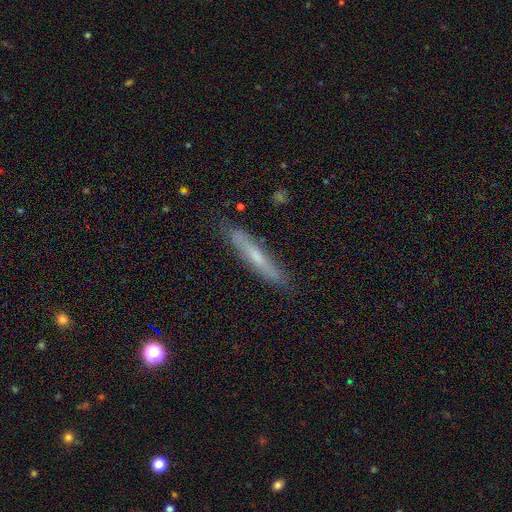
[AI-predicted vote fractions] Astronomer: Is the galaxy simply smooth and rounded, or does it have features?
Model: featured or disk — 46%, tied with smooth at 46%.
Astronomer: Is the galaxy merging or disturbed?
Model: none — 82%.